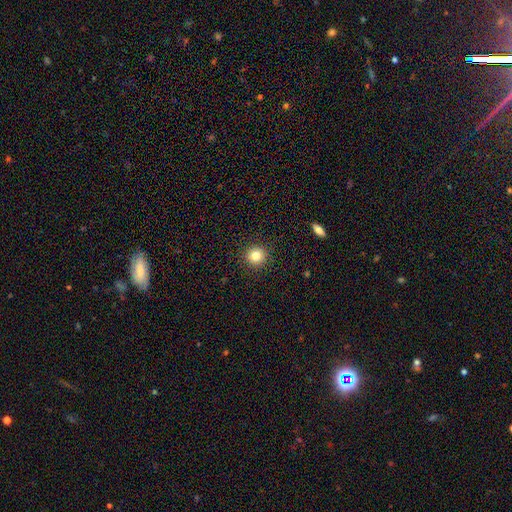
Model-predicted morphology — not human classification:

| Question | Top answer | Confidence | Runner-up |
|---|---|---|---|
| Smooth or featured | smooth | 82% | star or artifact (12%) |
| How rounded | round | 94% | in between (5%) |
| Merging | none | 92% | minor disturbance (5%) |